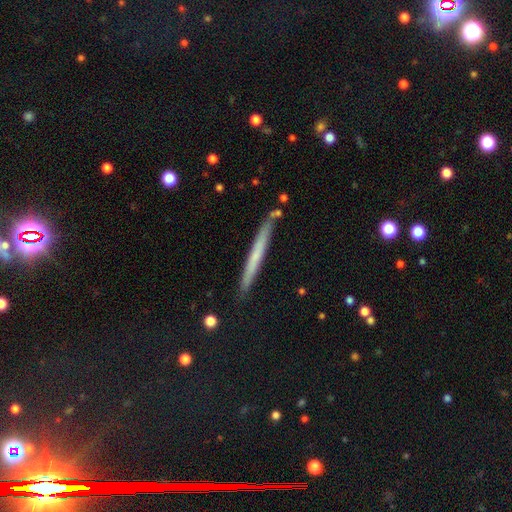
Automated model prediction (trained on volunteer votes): A smooth galaxy with no disk features (53%) that is cigar-shaped (97%). Merging: none (86%).